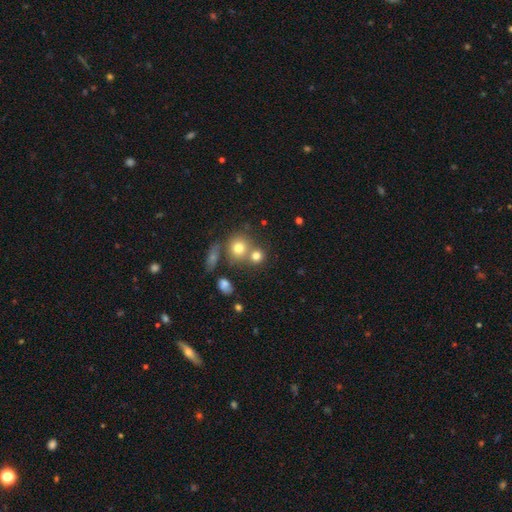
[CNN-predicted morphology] type=smooth (74%); roundness=round (83%); merging=none (52%).